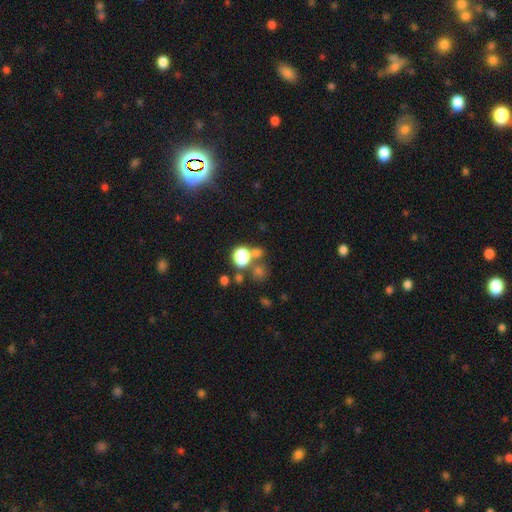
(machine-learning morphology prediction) type=smooth (46%); merging=none (67%).